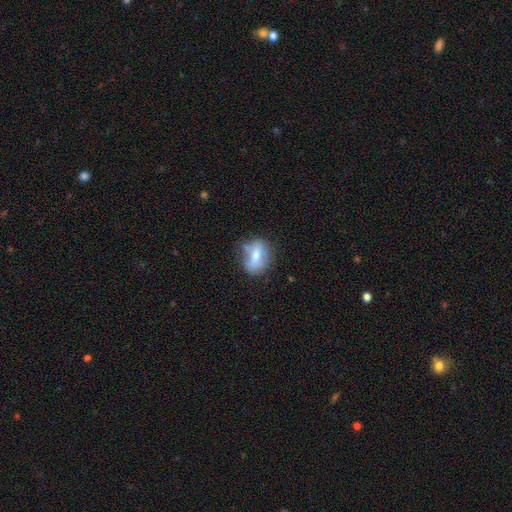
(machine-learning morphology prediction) A smooth galaxy with no disk features (62%) that is in between round and cigar-shaped (68%). Merging: none (61%).